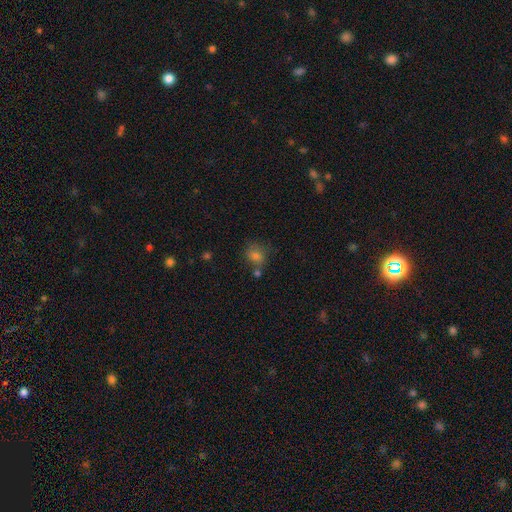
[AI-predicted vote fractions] Q: Smooth or featured?
A: smooth (72%); runner-up: star or artifact (15%)
Q: How rounded?
A: round (65%); runner-up: in between (34%)
Q: Merging?
A: none (59%); runner-up: minor disturbance (18%)